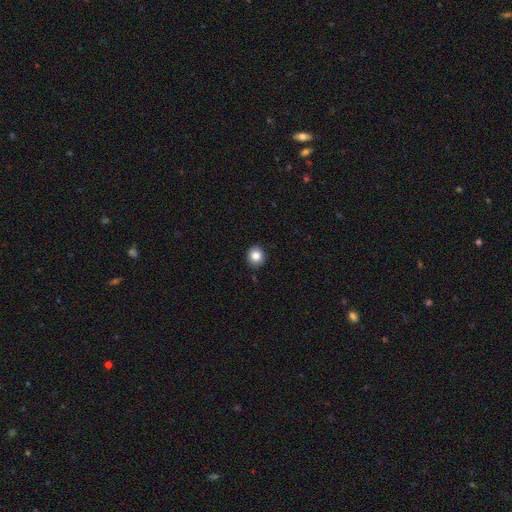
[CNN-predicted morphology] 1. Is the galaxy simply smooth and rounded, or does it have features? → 84% smooth, 10% star or artifact, 7% featured or disk.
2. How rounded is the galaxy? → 81% round, 18% in between, 1% cigar-shaped.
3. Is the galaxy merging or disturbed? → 88% none, 9% minor disturbance, 2% major disturbance, 1% merger.